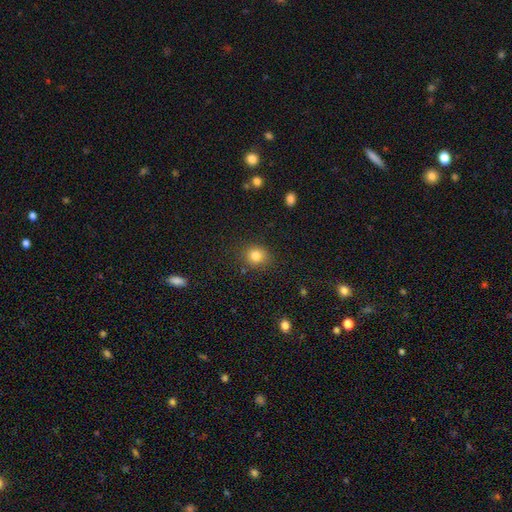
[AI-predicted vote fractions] smooth 82%, star or artifact 11%, featured or disk 6%. Down the decision tree: how rounded — round (78%); merging — none (83%).